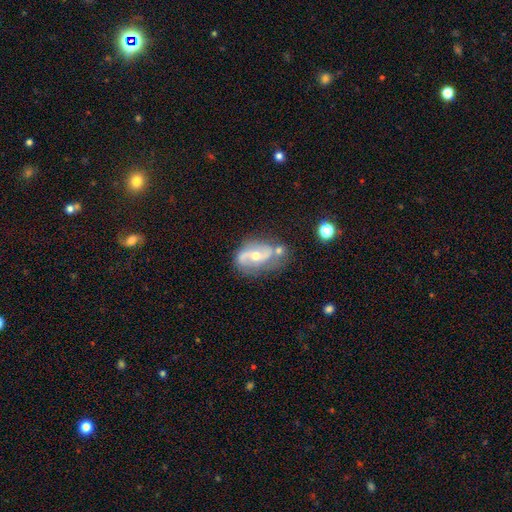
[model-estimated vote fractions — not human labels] featured or disk 83%, smooth 11%, star or artifact 6%. Down the decision tree: edge-on disk — no (96%); bar — no (45%); spiral arms — yes (92%); spiral arm count — 2 (90%); spiral winding — loose (47%); bulge size — moderate (61%); merging — none (56%).